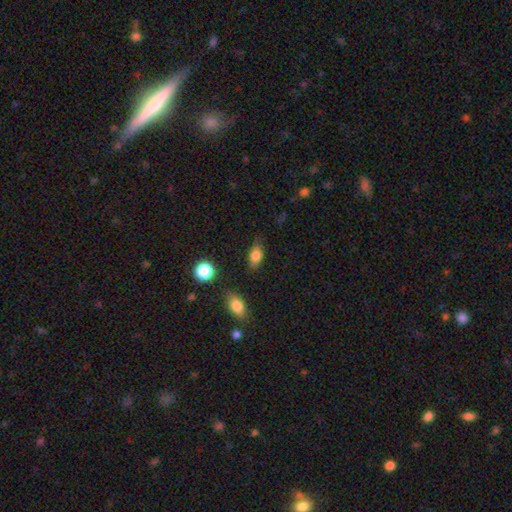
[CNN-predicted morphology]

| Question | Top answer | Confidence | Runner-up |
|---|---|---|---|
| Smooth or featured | smooth | 81% | featured or disk (11%) |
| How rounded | in between | 82% | round (12%) |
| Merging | none | 74% | minor disturbance (19%) |